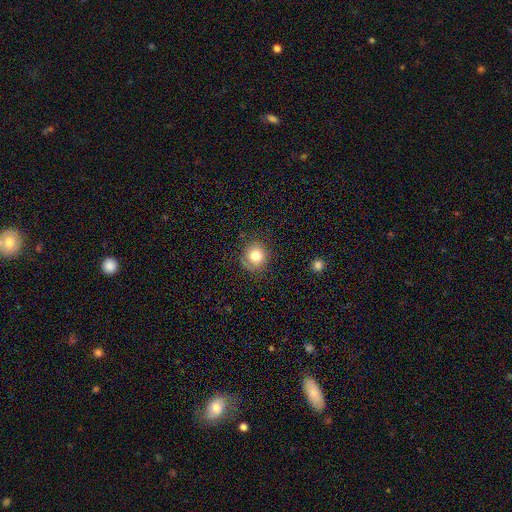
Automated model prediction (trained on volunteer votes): A smooth galaxy with no disk features (77%) that is round (88%).

Vote fractions:
- Smooth or featured? smooth: 77% / featured or disk: 12% / star or artifact: 11%
- How rounded? round: 88% / in between: 11% / cigar-shaped: 1%
- Merging? none: 80% / minor disturbance: 14% / major disturbance: 4% / merger: 1%